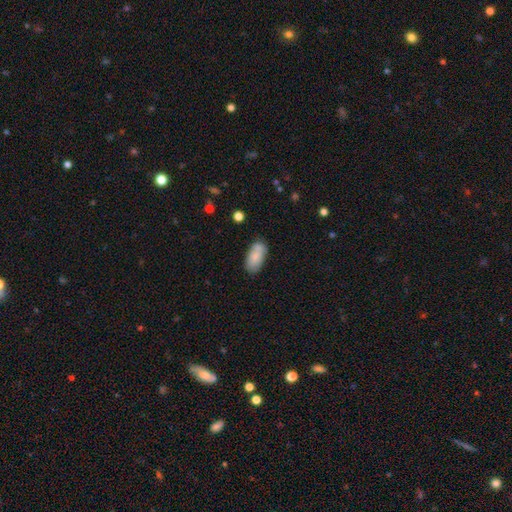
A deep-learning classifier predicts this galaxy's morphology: Overall: smooth (79%). How rounded: in between (92%). Merging: none (63%).